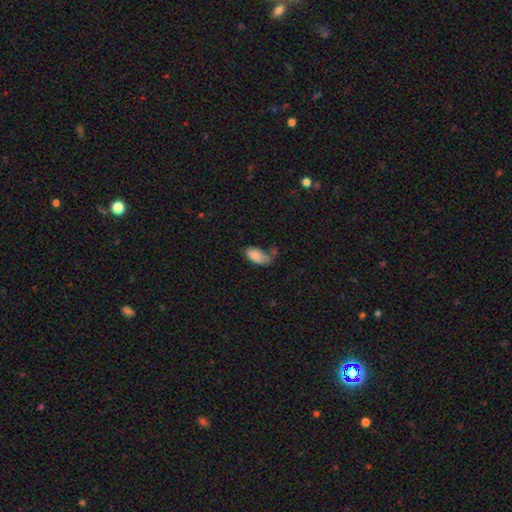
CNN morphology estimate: A smooth galaxy with no disk features (84%) that is in between round and cigar-shaped (94%).

Vote fractions:
- Smooth or featured? smooth: 84% / featured or disk: 9% / star or artifact: 8%
- How rounded? in between: 94% / cigar-shaped: 4% / round: 3%
- Merging? none: 39% / minor disturbance: 28% / major disturbance: 21% / merger: 12%